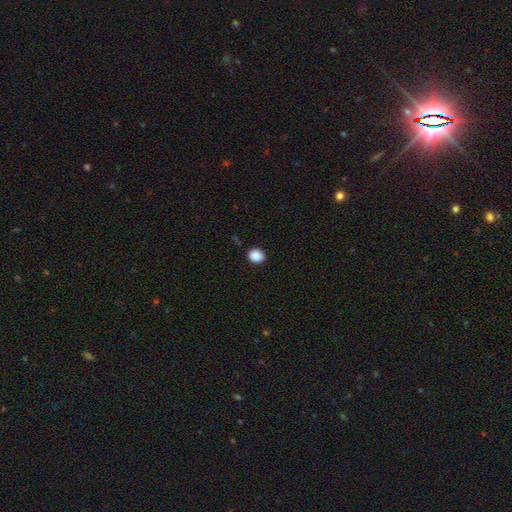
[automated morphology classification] This appears to be a smooth galaxy with no disk features (89%) that is round (61%). Merging: none (88%).